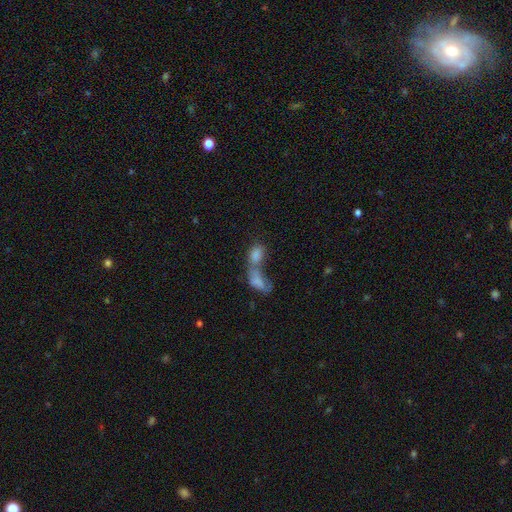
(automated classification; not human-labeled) This appears to be a smooth galaxy with no disk features (47%). Merging: merger (60%).